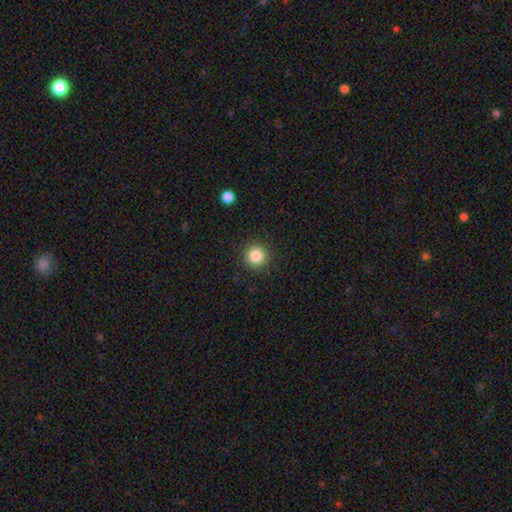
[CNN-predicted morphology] Q: Smooth or featured?
A: smooth (84%); runner-up: star or artifact (11%)
Q: How rounded?
A: round (94%); runner-up: in between (5%)
Q: Merging?
A: none (90%); runner-up: minor disturbance (6%)